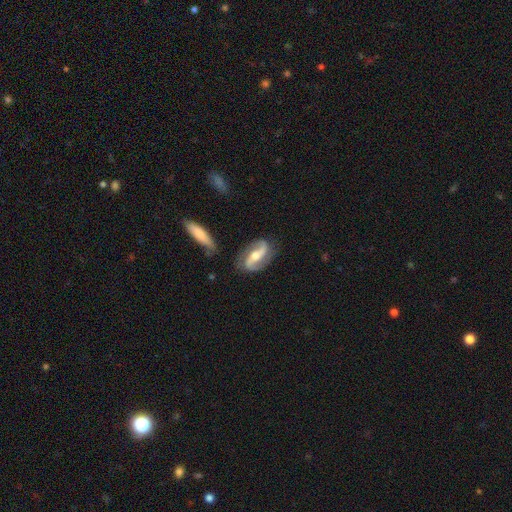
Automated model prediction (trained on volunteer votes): This is clearly a featured or disk galaxy (88%). It is clearly not viewed edge-on (95%). Bar: marginally strong (38%). Spiral arm pattern: clearly yes (96%). Spiral arm count: clearly 2 (93%). Spiral winding: possibly loose (48%). Central bulge: likely moderate (66%). Merging: likely none (79%).